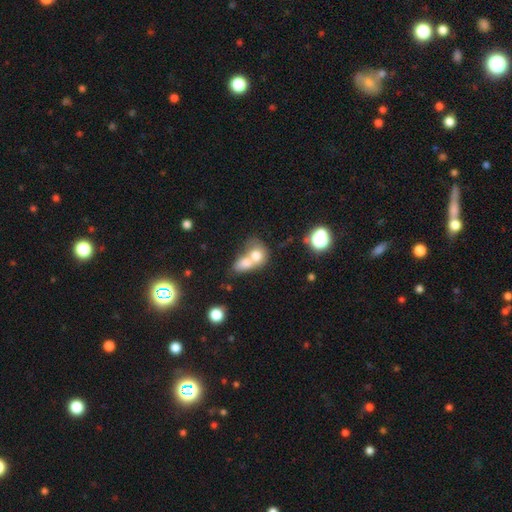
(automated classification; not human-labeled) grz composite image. It shows a smooth galaxy with no disk features (72%) that is in between round and cigar-shaped (52%). Merging: merger (73%).